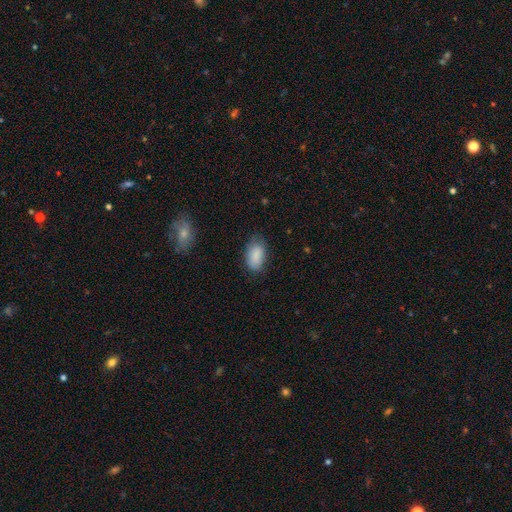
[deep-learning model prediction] Q: Smooth or featured?
A: smooth (87%); runner-up: star or artifact (7%)
Q: How rounded?
A: in between (93%); runner-up: round (5%)
Q: Merging?
A: none (70%); runner-up: minor disturbance (24%)